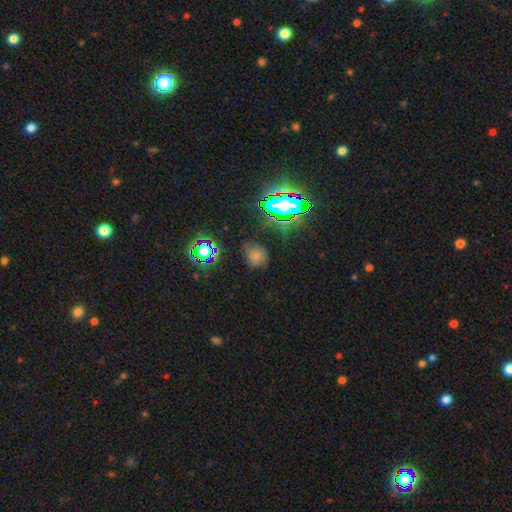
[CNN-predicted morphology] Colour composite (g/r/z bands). It shows a smooth galaxy with no disk features (55%) that is round (72%). Merging: none (66%).